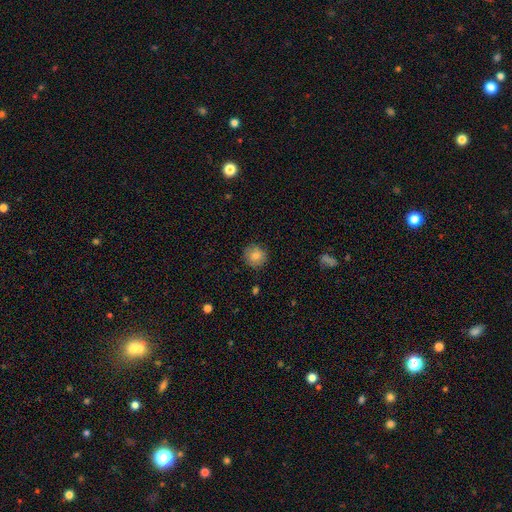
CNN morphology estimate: This appears to be a smooth galaxy with no disk features (82%) that is round (92%). Merging: none (88%).